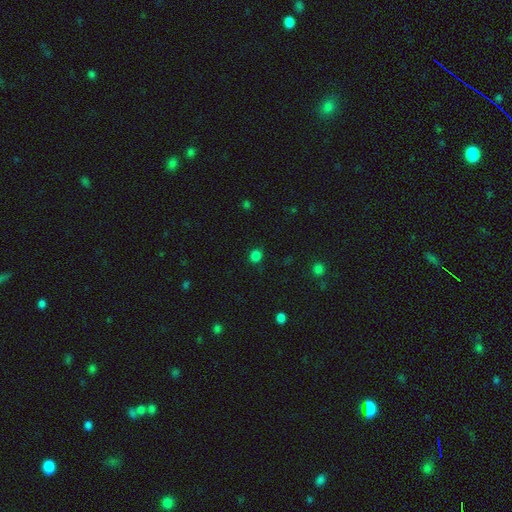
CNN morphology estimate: The model was most divided on "how rounded": round: 78%, in between: 21%, cigar-shaped: 1%. More confident: merging — none (86%); smooth or featured — smooth (80%).